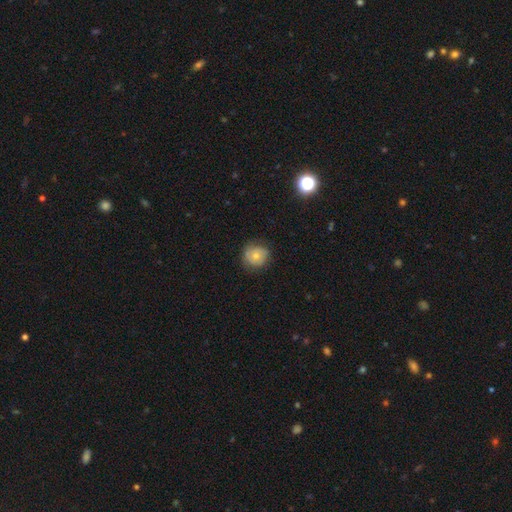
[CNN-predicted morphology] Smooth or featured? smooth (61%)
How rounded? round (83%)
Merging? none (72%)